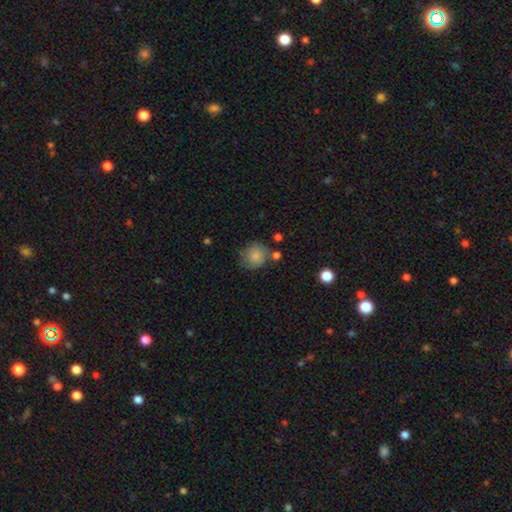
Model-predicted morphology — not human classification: The model was most divided on "merging": none: 65%, minor disturbance: 19%, merger: 10%, major disturbance: 6%. More confident: how rounded — round (85%); smooth or featured — smooth (83%).